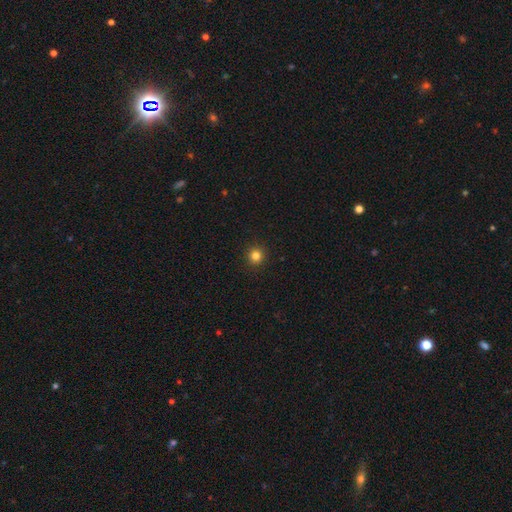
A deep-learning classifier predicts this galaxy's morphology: Smooth or featured? smooth (82%)
How rounded? round (95%)
Merging? none (93%)